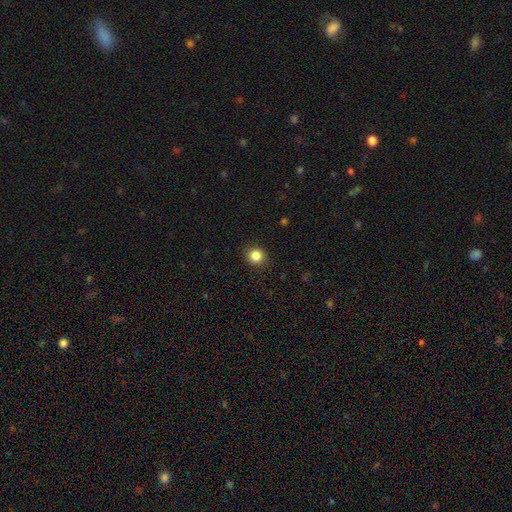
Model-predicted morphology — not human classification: type=smooth (86%); roundness=round (92%); merging=none (91%).